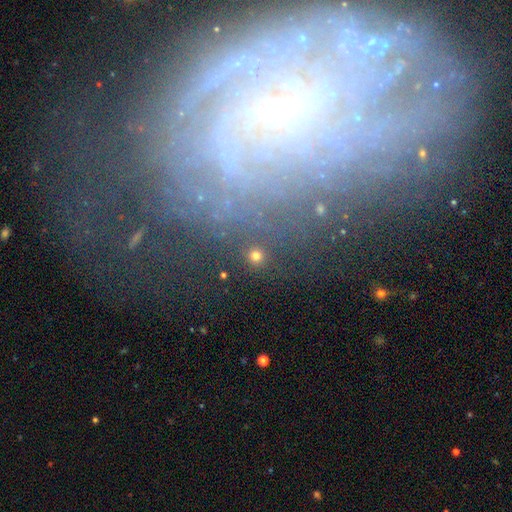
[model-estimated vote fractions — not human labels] Q: Smooth or featured?
A: smooth (75%); runner-up: star or artifact (18%)
Q: How rounded?
A: round (94%); runner-up: in between (5%)
Q: Merging?
A: none (88%); runner-up: minor disturbance (6%)